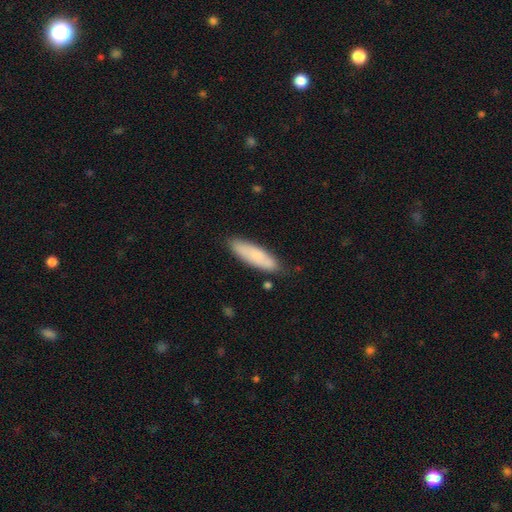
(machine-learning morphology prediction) smooth_or_featured: smooth (p=0.73) [alt: featured or disk p=0.22]
how_rounded: cigar-shaped (p=0.58) [alt: in between p=0.40]
merging: none (p=0.80) [alt: minor disturbance p=0.15]